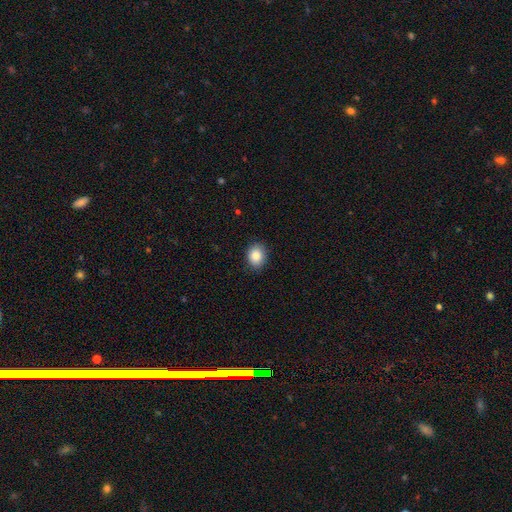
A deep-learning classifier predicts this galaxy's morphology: Smooth or featured? Predicted: smooth (p=0.86). How rounded? Predicted: in between (p=0.52). Merging? Predicted: none (p=0.87).